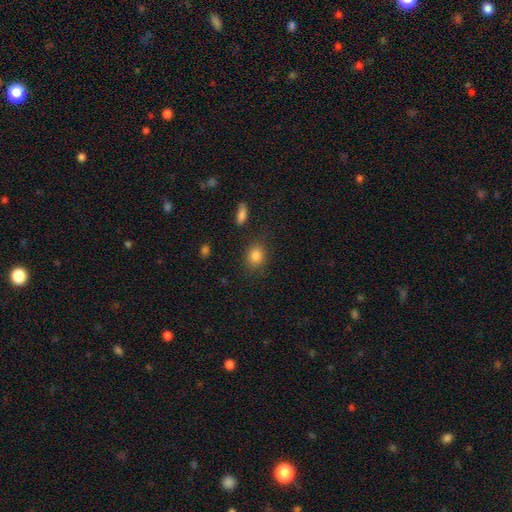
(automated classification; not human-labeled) The model was most divided on "how rounded": round: 69%, in between: 29%, cigar-shaped: 1%. More confident: smooth or featured — smooth (84%); merging — none (83%).